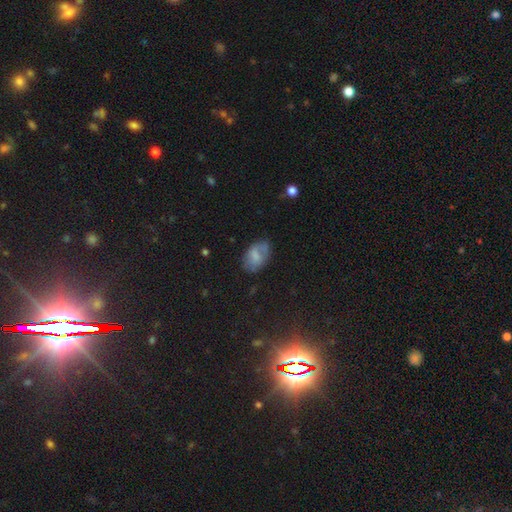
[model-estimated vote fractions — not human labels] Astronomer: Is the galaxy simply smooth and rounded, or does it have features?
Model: smooth — 64%.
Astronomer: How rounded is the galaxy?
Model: in between — 88%.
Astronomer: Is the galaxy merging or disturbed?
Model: none — 63%.